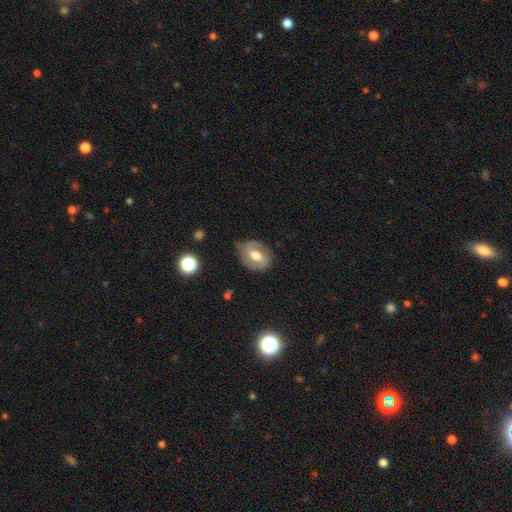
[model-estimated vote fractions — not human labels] This is possibly a featured or disk galaxy (53%). It is clearly not viewed edge-on (95%). Bar: possibly weak (46%). Spiral arm pattern: likely yes (67%). Central bulge: likely moderate (68%). Merging: likely none (67%).